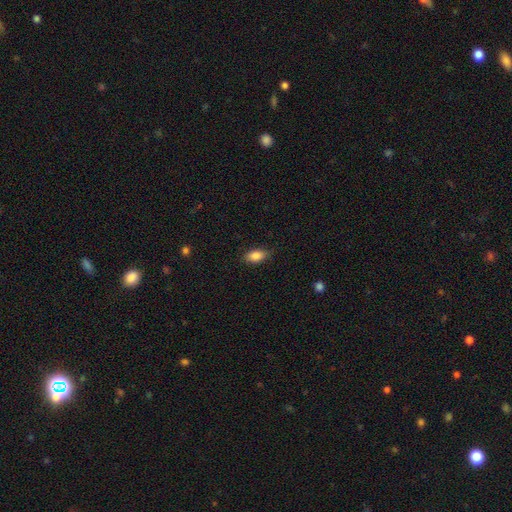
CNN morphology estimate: Smooth or featured?
  - smooth: 87% *
  - star or artifact: 8%
  - featured or disk: 6%
How rounded?
  - in between: 90% *
  - round: 6%
  - cigar-shaped: 5%
Merging?
  - none: 82% *
  - minor disturbance: 14%
  - major disturbance: 3%
  - merger: 1%